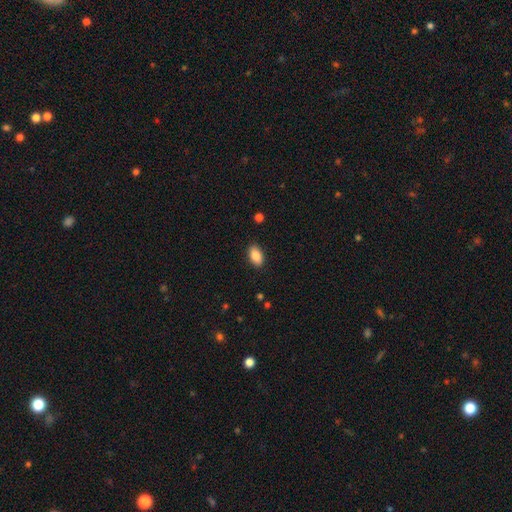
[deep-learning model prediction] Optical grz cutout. It shows a smooth galaxy with no disk features (87%) that is in between round and cigar-shaped (92%). Merging: none (88%).